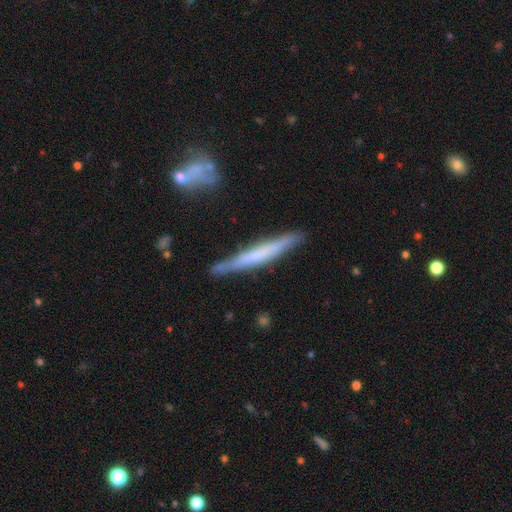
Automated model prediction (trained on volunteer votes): Overall: featured or disk (49%; smooth 45%). Merging: none (83%).